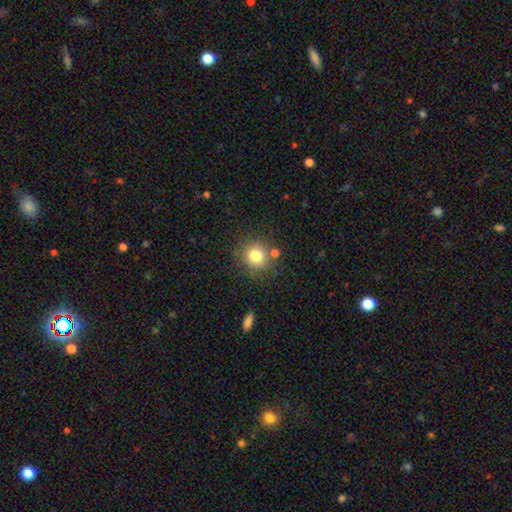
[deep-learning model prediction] Smooth or featured?
  - smooth: 79% *
  - star or artifact: 12%
  - featured or disk: 9%
How rounded?
  - round: 89% *
  - in between: 10%
  - cigar-shaped: 1%
Merging?
  - none: 77% *
  - minor disturbance: 10%
  - merger: 9%
  - major disturbance: 3%